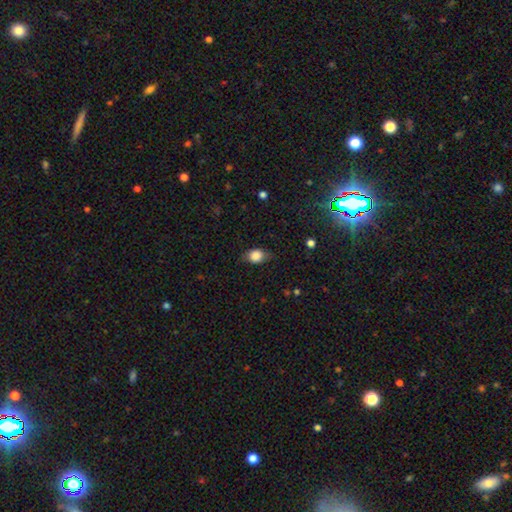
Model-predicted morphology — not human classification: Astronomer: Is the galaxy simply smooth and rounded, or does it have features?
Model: smooth — 81%.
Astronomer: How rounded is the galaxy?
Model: in between — 59% (runner-up: round, 39%).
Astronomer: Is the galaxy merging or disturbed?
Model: none — 71%.